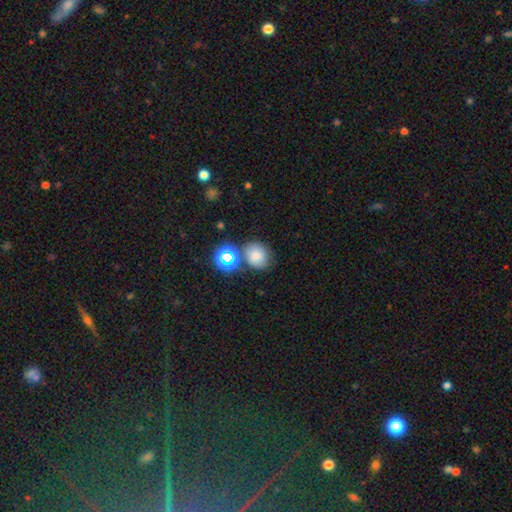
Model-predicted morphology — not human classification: smooth 73%, star or artifact 18%, featured or disk 9%. Down the decision tree: how rounded — round (73%); merging — none (66%).